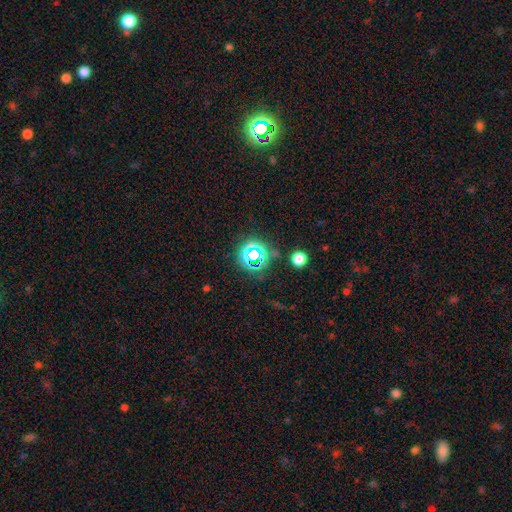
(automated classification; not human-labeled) smooth_or_featured: star or artifact (p=0.70) [alt: smooth p=0.22]